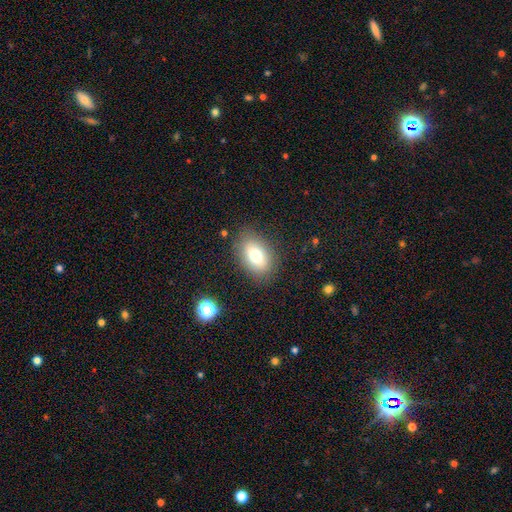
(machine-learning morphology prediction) smooth-or-featured: smooth: 73% | featured or disk: 17% | star or artifact: 10%
  how-rounded: in between: 84% | round: 15% | cigar-shaped: 2%
  merging: none: 83% | minor disturbance: 11% | major disturbance: 4% | merger: 1%